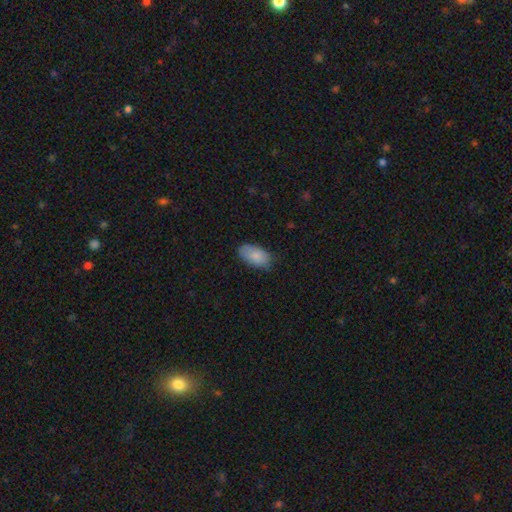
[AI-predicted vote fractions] Smooth or featured: smooth — 84% (featured or disk — 9%)
How rounded: in between — 94% (round — 3%)
Merging: none — 74% (minor disturbance — 21%)